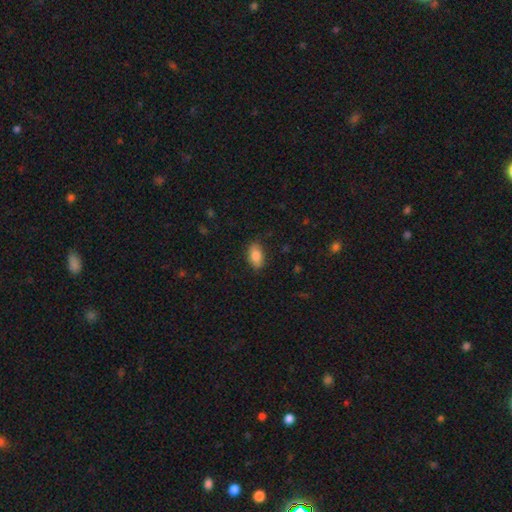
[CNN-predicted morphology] The model was most divided on "smooth or featured": smooth: 82%, featured or disk: 10%, star or artifact: 7%. More confident: how rounded — in between (91%); merging — none (86%).